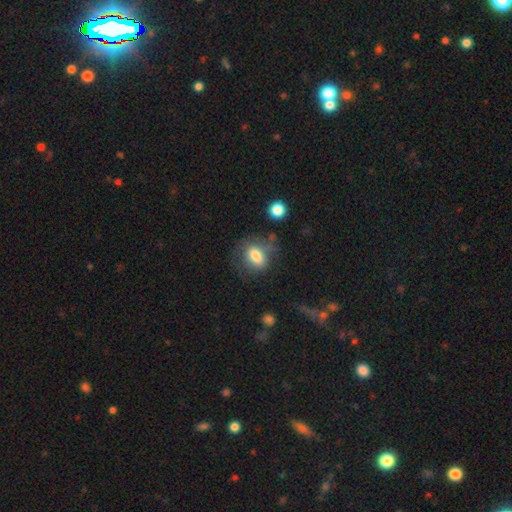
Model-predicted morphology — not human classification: Overall: smooth (76%). How rounded: in between (65%; round 33%). Merging: none (58%; minor disturbance 23%).